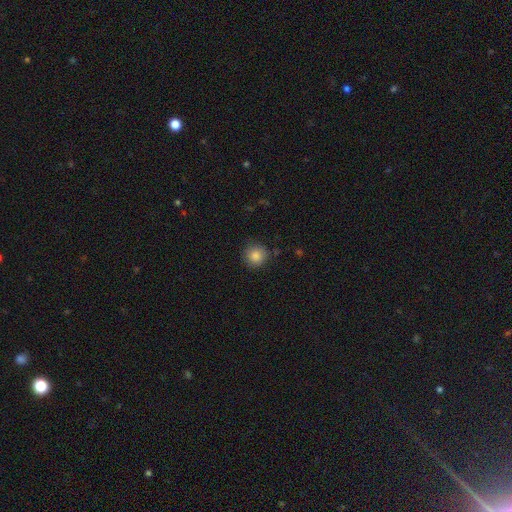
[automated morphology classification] Smooth or featured?
  - smooth: 86% *
  - star or artifact: 10%
  - featured or disk: 5%
How rounded?
  - round: 93% *
  - in between: 6%
  - cigar-shaped: 1%
Merging?
  - none: 87% *
  - minor disturbance: 10%
  - major disturbance: 2%
  - merger: 1%